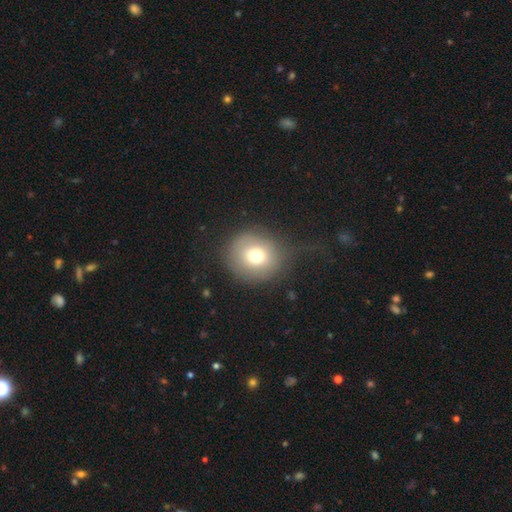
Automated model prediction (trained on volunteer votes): A smooth galaxy with no disk features (73%) that is round (85%). Merging: none (64%).